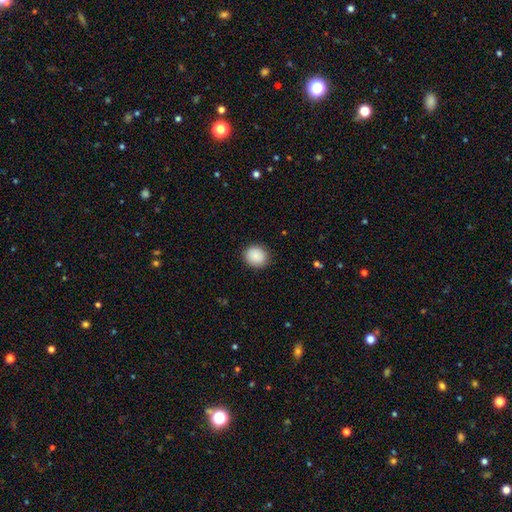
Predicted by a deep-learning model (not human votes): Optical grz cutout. It shows a smooth galaxy with no disk features (90%) that is round (77%). Merging: none (90%).